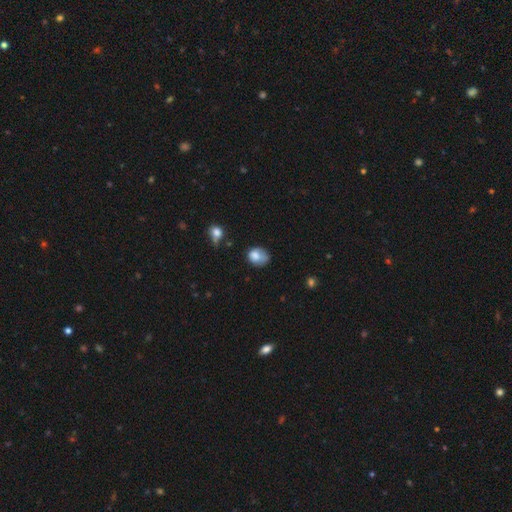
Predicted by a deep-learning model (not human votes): A smooth galaxy with no disk features (76%) that is in between round and cigar-shaped (54%).

Vote fractions:
- Smooth or featured? smooth: 76% / featured or disk: 15% / star or artifact: 10%
- How rounded? in between: 54% / round: 45% / cigar-shaped: 1%
- Merging? none: 40% / minor disturbance: 35% / major disturbance: 17% / merger: 8%